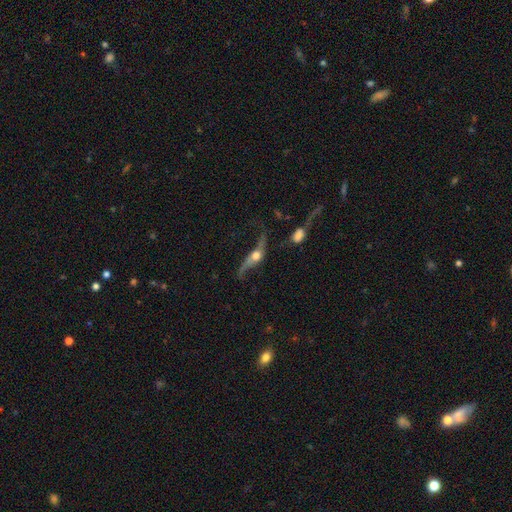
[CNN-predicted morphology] Smooth or featured? Predicted: featured or disk (p=0.78). Edge-on disk? Predicted: no (p=0.59). Merging? Predicted: none (p=0.43).